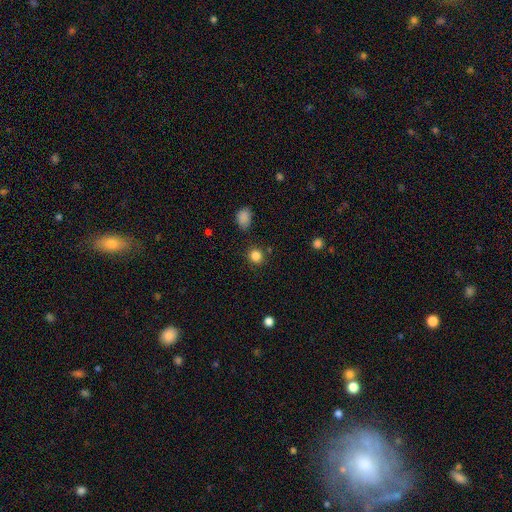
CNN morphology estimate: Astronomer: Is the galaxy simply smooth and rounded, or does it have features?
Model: smooth — 84%.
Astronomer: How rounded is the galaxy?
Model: round — 87%.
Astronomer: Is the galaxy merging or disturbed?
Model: none — 87%.